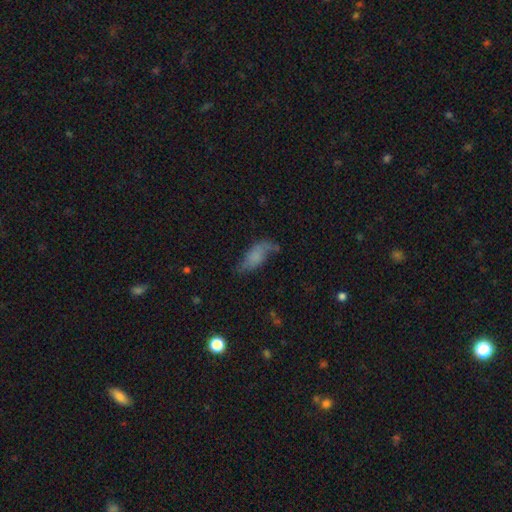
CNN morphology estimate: Smooth or featured: smooth — 64% (featured or disk — 25%)
How rounded: in between — 80% (cigar-shaped — 17%)
Merging: none — 47% (minor disturbance — 31%)